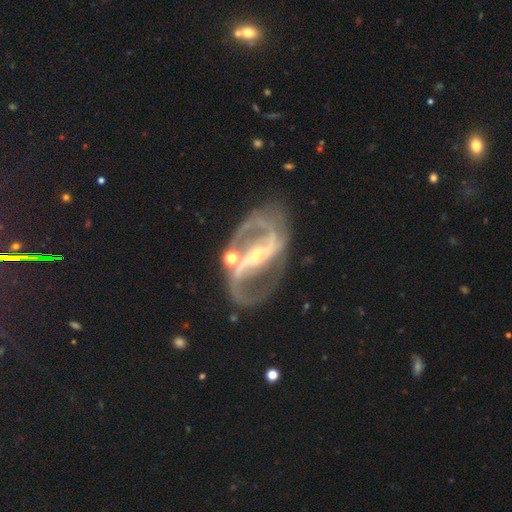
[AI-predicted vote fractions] smooth_or_featured: featured or disk (p=0.91) [alt: star or artifact p=0.06]
disk_edge_on: no (p=0.96) [alt: yes p=0.04]
bar: strong (p=0.63) [alt: weak p=0.24]
has_spiral_arms: yes (p=0.97) [alt: no p=0.03]
spiral_winding: medium (p=0.53) [alt: loose p=0.29]
spiral_arm_count: 2 (p=0.90) [alt: can't tell p=0.03]
bulge_size: small (p=0.75) [alt: moderate p=0.19]
merging: none (p=0.64) [alt: minor disturbance p=0.17]